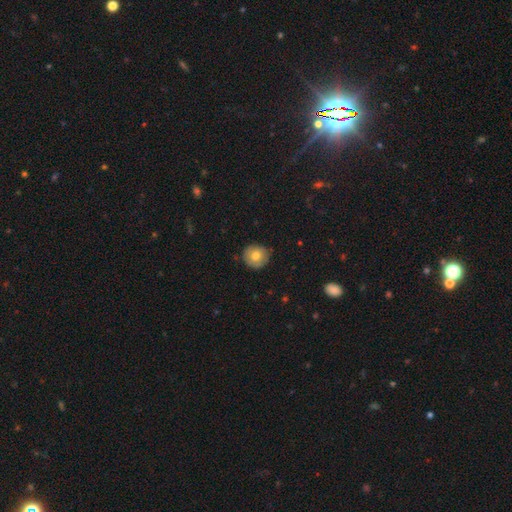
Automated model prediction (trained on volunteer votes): Morphology: type=smooth (75%); roundness=round (90%); merging=none (84%).